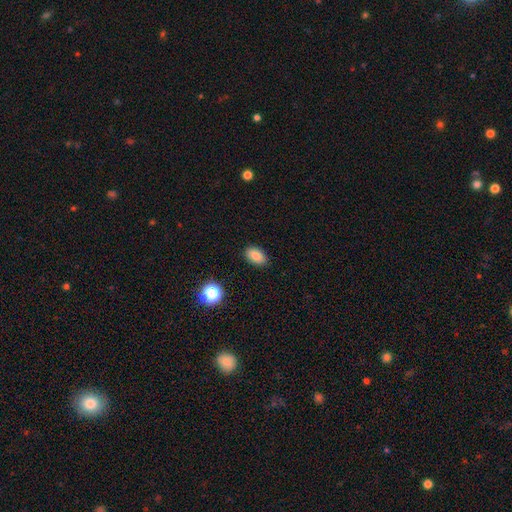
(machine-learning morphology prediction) smooth_or_featured: smooth (p=0.85) [alt: star or artifact p=0.10]
how_rounded: in between (p=0.90) [alt: round p=0.09]
merging: none (p=0.88) [alt: minor disturbance p=0.09]